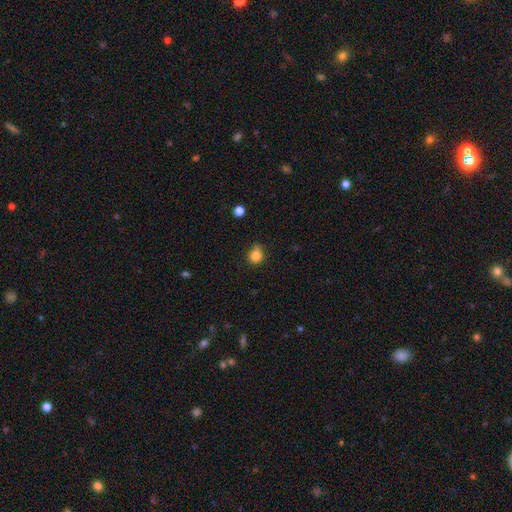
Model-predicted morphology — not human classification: Smooth or featured?
  - smooth: 83% *
  - star or artifact: 12%
  - featured or disk: 6%
How rounded?
  - round: 85% *
  - in between: 14%
  - cigar-shaped: 1%
Merging?
  - none: 67% *
  - minor disturbance: 25%
  - major disturbance: 5%
  - merger: 3%